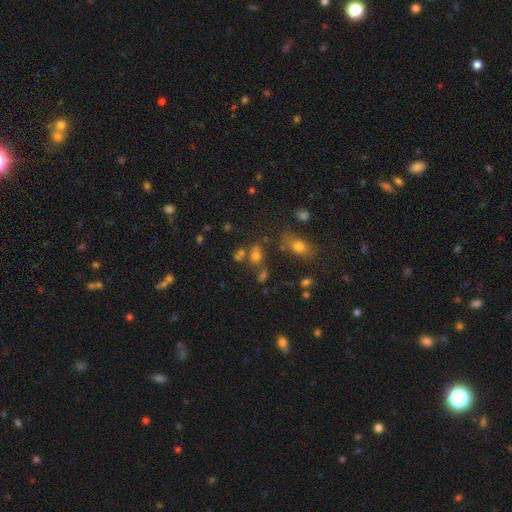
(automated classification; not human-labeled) Smooth or featured?
  - smooth: 65% *
  - star or artifact: 23%
  - featured or disk: 13%
How rounded?
  - round: 50% *
  - in between: 48%
  - cigar-shaped: 2%
Merging?
  - none: 50% *
  - merger: 30%
  - minor disturbance: 13%
  - major disturbance: 7%